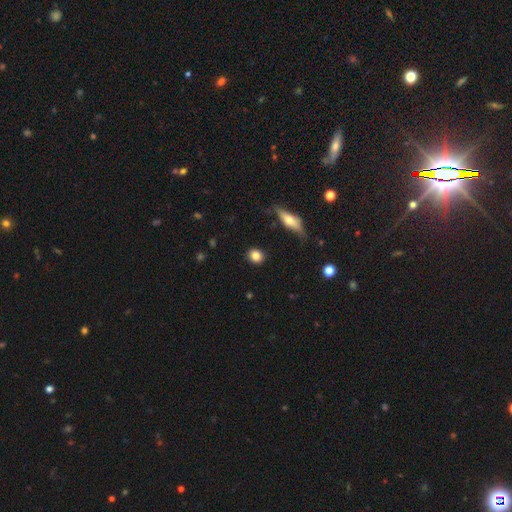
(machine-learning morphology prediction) smooth_or_featured: smooth (p=0.84) [alt: star or artifact p=0.09]
how_rounded: round (p=0.79) [alt: in between p=0.19]
merging: none (p=0.89) [alt: minor disturbance p=0.07]